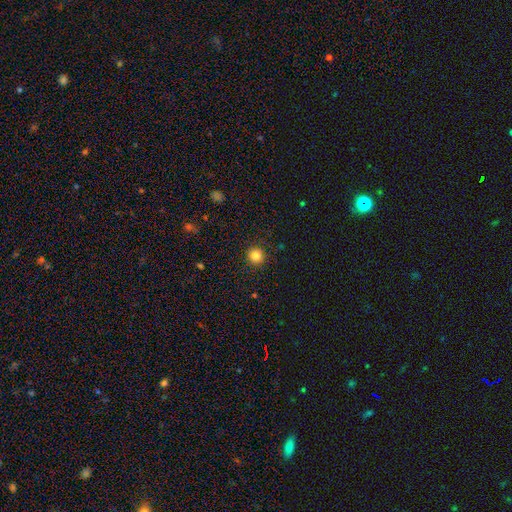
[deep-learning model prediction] smooth 84%, star or artifact 12%, featured or disk 4%. Down the decision tree: how rounded — round (95%); merging — none (92%).